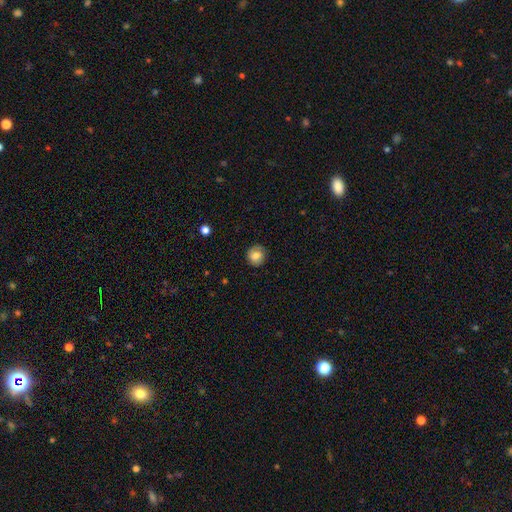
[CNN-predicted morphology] smooth 69%, featured or disk 22%, star or artifact 9%. Down the decision tree: how rounded — round (87%); merging — none (83%).